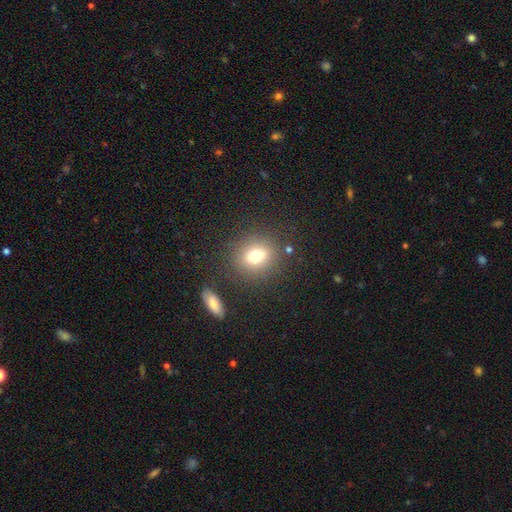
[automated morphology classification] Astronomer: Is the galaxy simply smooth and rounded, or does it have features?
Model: smooth — 75%.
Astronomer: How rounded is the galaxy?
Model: round — 59% (runner-up: in between, 39%).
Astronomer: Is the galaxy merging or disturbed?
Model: none — 83%.